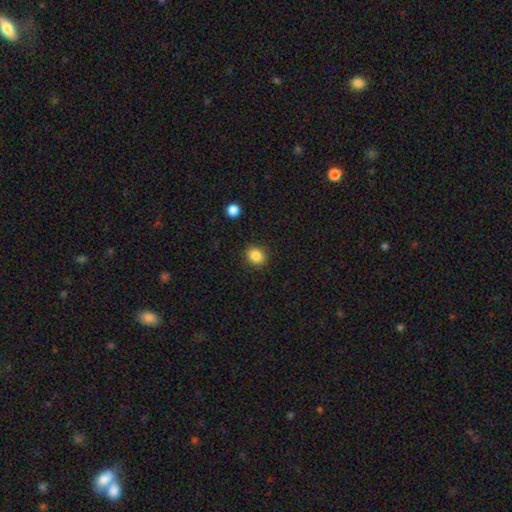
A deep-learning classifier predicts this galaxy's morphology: Q: Smooth or featured?
A: smooth (86%); runner-up: star or artifact (10%)
Q: How rounded?
A: round (70%); runner-up: in between (29%)
Q: Merging?
A: none (90%); runner-up: minor disturbance (7%)